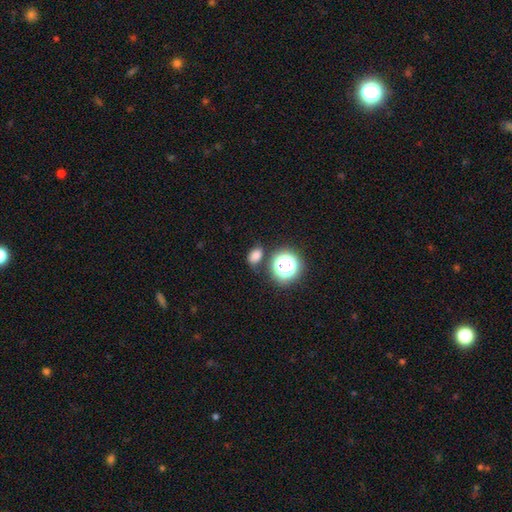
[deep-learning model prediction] This appears to be a smooth galaxy with no disk features (74%) that is in between round and cigar-shaped (67%). Merging: none (71%).